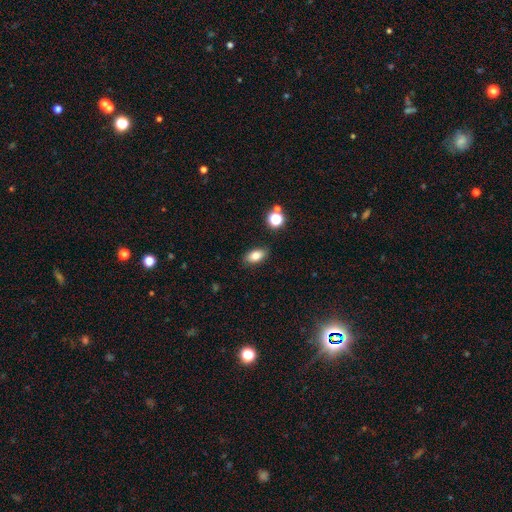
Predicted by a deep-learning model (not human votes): Morphology: type=smooth (80%); roundness=in between (88%); merging=none (85%).